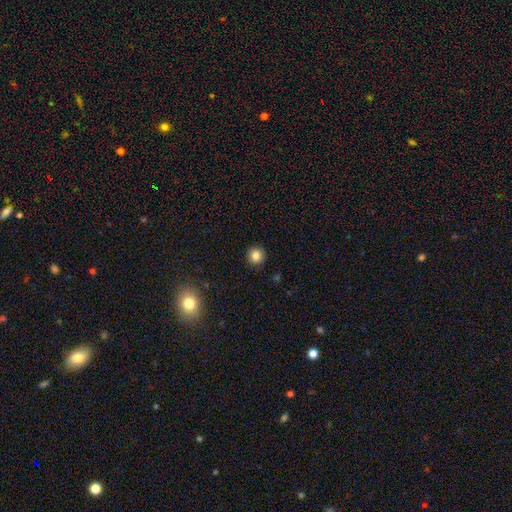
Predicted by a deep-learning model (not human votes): A smooth galaxy with no disk features (84%) that is round (94%).

Vote fractions:
- Smooth or featured? smooth: 84% / star or artifact: 11% / featured or disk: 5%
- How rounded? round: 94% / in between: 5% / cigar-shaped: 1%
- Merging? none: 92% / minor disturbance: 5% / major disturbance: 2% / merger: 1%